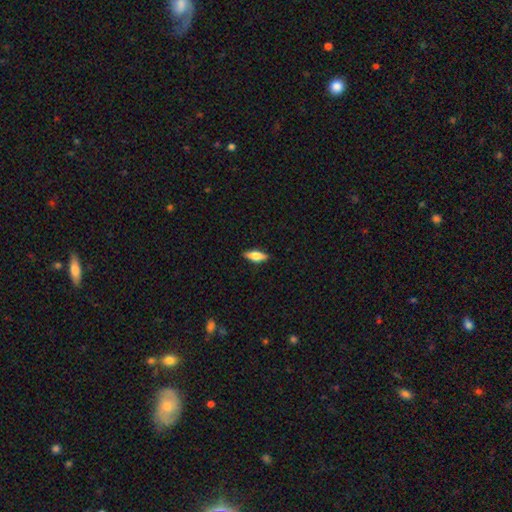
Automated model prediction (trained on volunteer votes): Smooth or featured?
  - smooth: 59% *
  - featured or disk: 34%
  - star or artifact: 7%
How rounded?
  - in between: 66% *
  - cigar-shaped: 31%
  - round: 3%
Merging?
  - none: 88% *
  - minor disturbance: 9%
  - major disturbance: 2%
  - merger: 1%